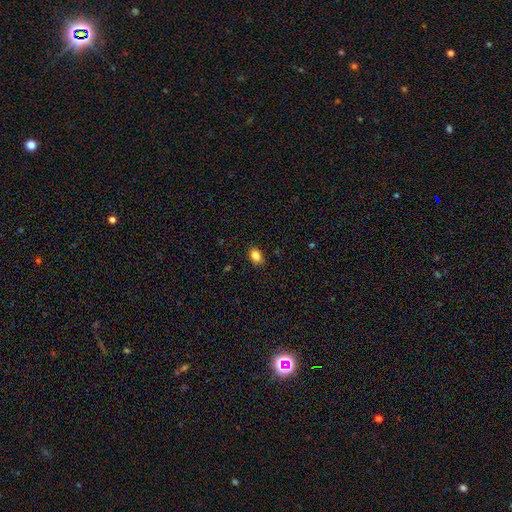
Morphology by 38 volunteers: Q: Smooth or featured?
A: smooth (92%); runner-up: star or artifact (5%)
Q: How rounded?
A: in between (74%); runner-up: round (23%)
Q: Merging?
A: none (83%); runner-up: minor disturbance (14%)